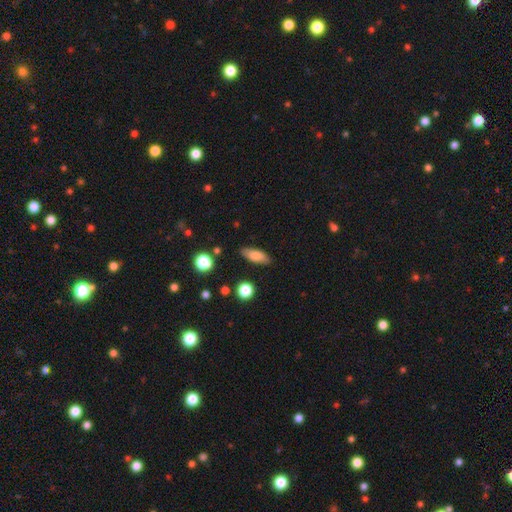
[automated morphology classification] smooth_or_featured: smooth (p=0.77) [alt: featured or disk p=0.14]
how_rounded: in between (p=0.67) [alt: cigar-shaped p=0.29]
merging: none (p=0.84) [alt: minor disturbance p=0.11]